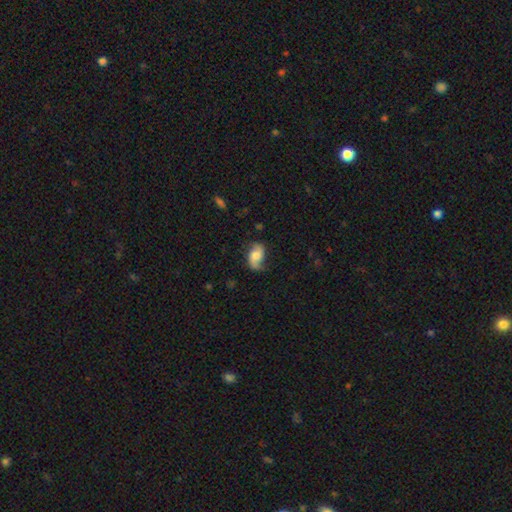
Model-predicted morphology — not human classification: Smooth or featured?
  - featured or disk: 55% *
  - smooth: 36%
  - star or artifact: 8%
Edge-on disk?
  - no: 96% *
  - yes: 4%
Bar?
  - no: 63% *
  - weak: 30%
  - strong: 7%
Spiral arms?
  - yes: 90% *
  - no: 10%
Bulge size?
  - moderate: 45% *
  - large: 23%
  - small: 20%
  - none: 7%
  - dominant: 4%
Merging?
  - none: 60% *
  - minor disturbance: 26%
  - major disturbance: 12%
  - merger: 2%